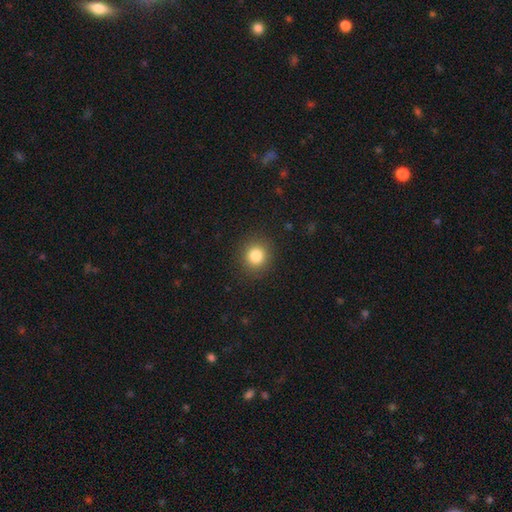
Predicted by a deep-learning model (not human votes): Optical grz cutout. It shows a smooth galaxy with no disk features (83%) that is round (89%). Merging: none (90%).